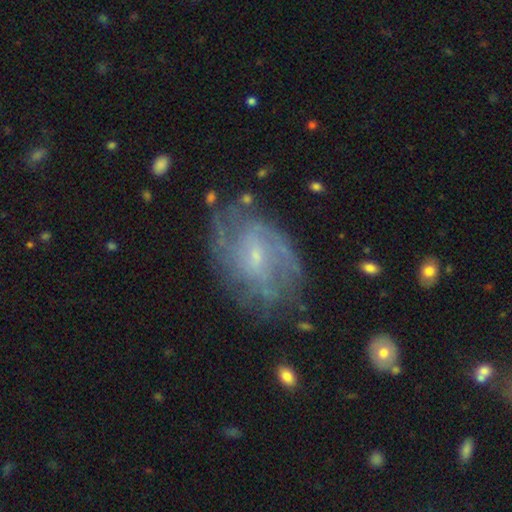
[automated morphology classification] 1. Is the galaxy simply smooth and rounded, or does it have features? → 80% featured or disk, 12% smooth, 7% star or artifact.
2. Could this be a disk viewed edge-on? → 97% no, 3% yes.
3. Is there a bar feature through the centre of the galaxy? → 51% weak, 40% no, 9% strong.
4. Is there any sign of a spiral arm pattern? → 87% yes, 13% no.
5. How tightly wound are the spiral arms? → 47% tight, 38% medium, 15% loose.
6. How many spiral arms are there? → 45% can't tell, 22% 2, 13% 3, 9% 4, 5% 1, 5% more than 4.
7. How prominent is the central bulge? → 72% small, 20% moderate, 6% none, 1% large, 1% dominant.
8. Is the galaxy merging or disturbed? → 67% none, 20% minor disturbance, 11% major disturbance, 2% merger.